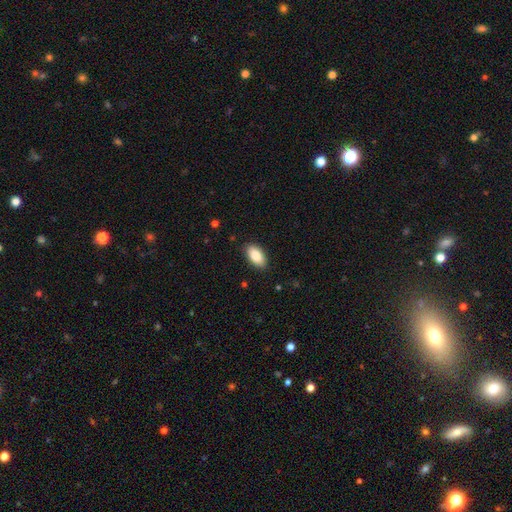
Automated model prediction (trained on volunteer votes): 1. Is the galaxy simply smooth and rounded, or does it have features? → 84% smooth, 9% featured or disk, 7% star or artifact.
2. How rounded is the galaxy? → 93% in between, 4% cigar-shaped, 3% round.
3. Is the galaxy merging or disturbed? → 88% none, 9% minor disturbance, 2% major disturbance, 1% merger.